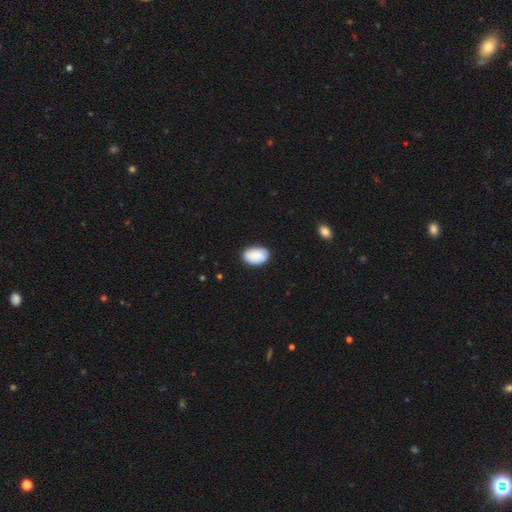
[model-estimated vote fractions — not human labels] The model was most divided on "merging": none: 82%, minor disturbance: 14%, major disturbance: 2%, merger: 1%. More confident: smooth or featured — smooth (88%); how rounded — in between (88%).